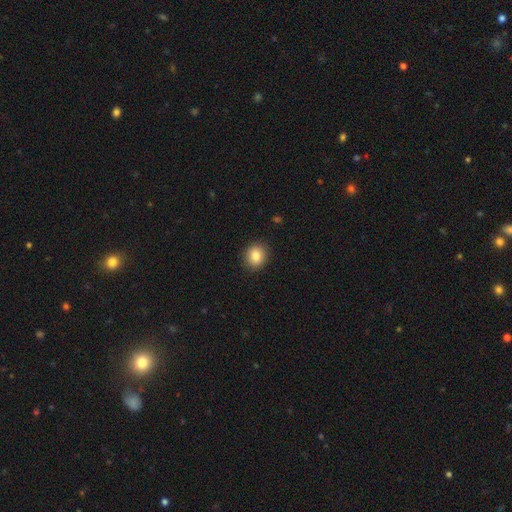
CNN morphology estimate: Smooth or featured? smooth (85%)
How rounded? round (69%)
Merging? none (89%)